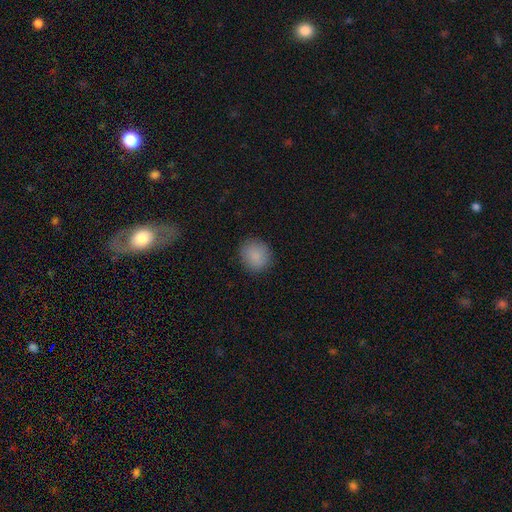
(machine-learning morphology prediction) Q: Smooth or featured?
A: smooth (88%); runner-up: star or artifact (8%)
Q: How rounded?
A: round (83%); runner-up: in between (16%)
Q: Merging?
A: none (87%); runner-up: minor disturbance (9%)